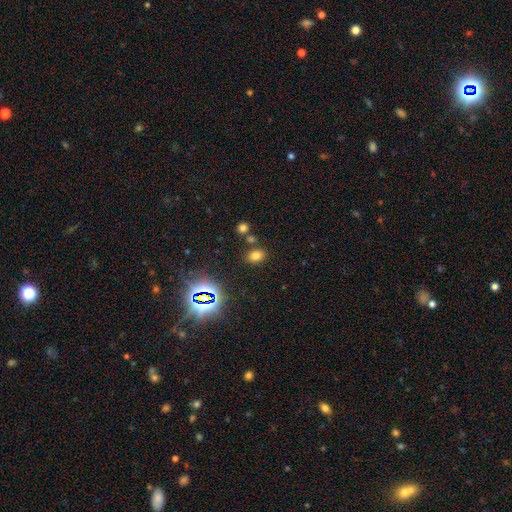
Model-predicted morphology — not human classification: A smooth galaxy with no disk features (72%) that is in between round and cigar-shaped (64%). Merging: none (77%).